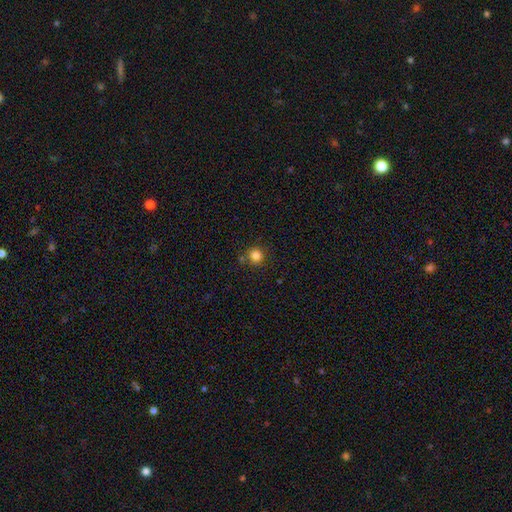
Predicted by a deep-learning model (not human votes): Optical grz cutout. It shows a smooth galaxy with no disk features (83%) that is round (93%). Merging: none (79%).